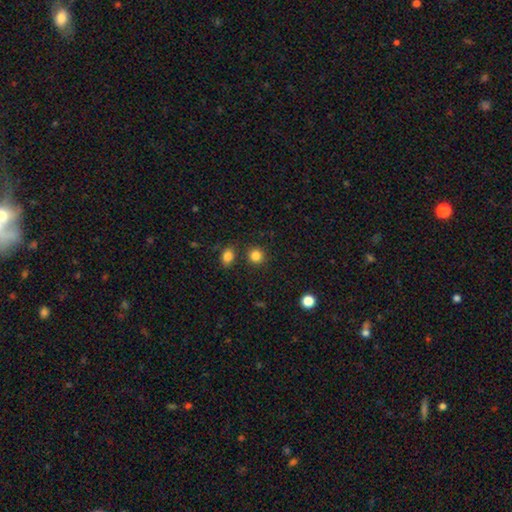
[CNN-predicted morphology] type=smooth (85%); roundness=round (89%); merging=none (84%).